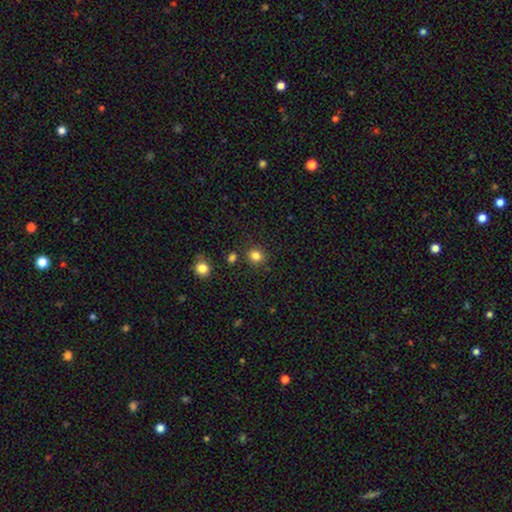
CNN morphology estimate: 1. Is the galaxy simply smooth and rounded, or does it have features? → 83% smooth, 12% star or artifact, 5% featured or disk.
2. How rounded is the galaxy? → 77% round, 22% in between, 1% cigar-shaped.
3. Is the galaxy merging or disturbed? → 84% none, 9% minor disturbance, 5% merger, 3% major disturbance.